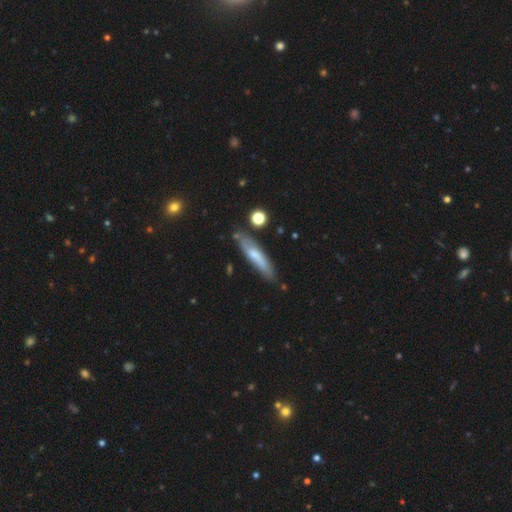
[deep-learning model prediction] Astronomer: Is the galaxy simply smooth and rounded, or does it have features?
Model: smooth — 59% (runner-up: featured or disk, 35%).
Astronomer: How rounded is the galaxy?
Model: cigar-shaped — 85%.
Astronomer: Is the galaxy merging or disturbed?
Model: none — 77%.